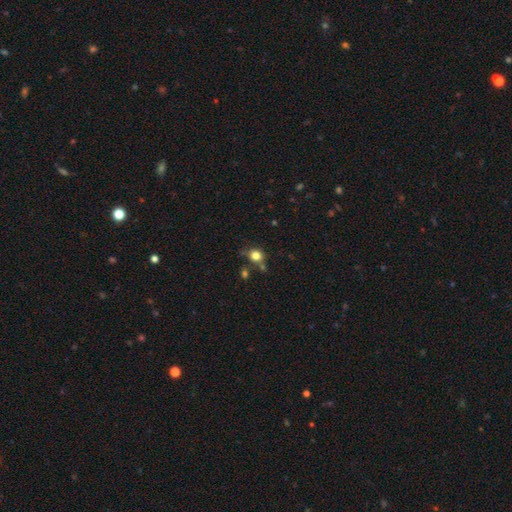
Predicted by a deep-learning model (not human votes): Smooth or featured: smooth — 78% (star or artifact — 14%)
How rounded: round — 82% (in between — 17%)
Merging: none — 65% (minor disturbance — 16%)